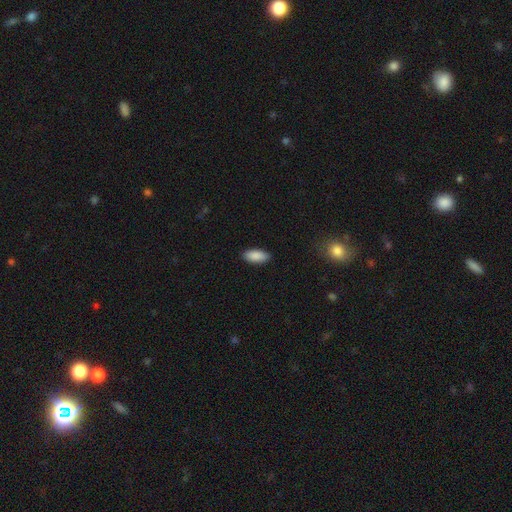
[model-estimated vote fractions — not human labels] The model was most divided on "how rounded": in between: 87%, cigar-shaped: 11%, round: 2%. More confident: smooth or featured — smooth (89%); merging — none (88%).